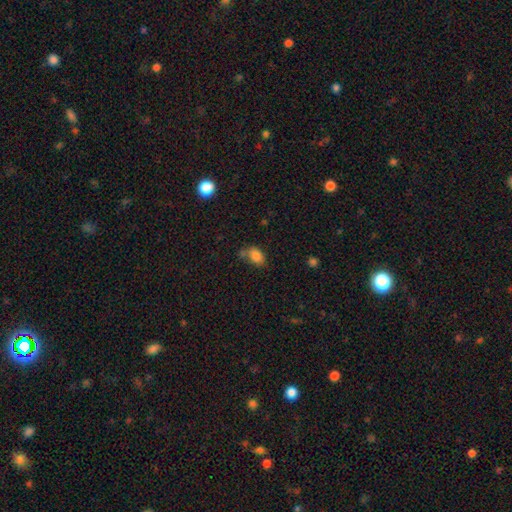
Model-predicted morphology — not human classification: A smooth galaxy with no disk features (83%) that is in between round and cigar-shaped (84%). Merging: none (51%).